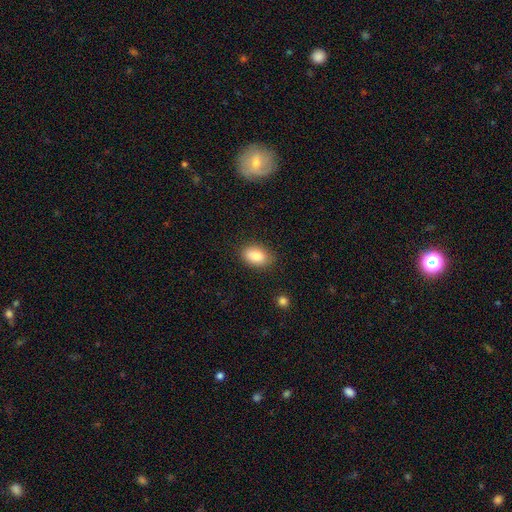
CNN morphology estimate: Overall: smooth (87%). How rounded: in between (89%). Merging: none (83%).